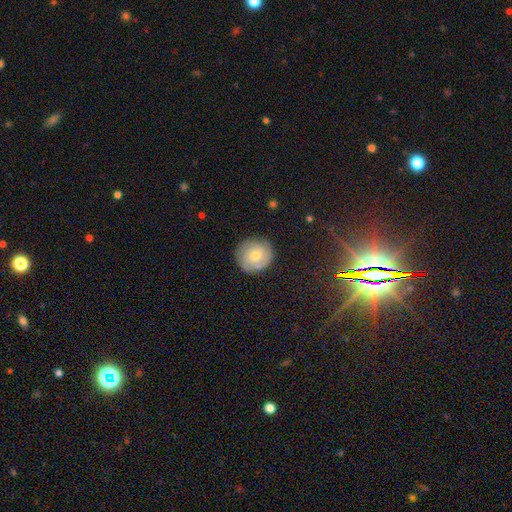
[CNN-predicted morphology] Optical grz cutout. It shows a smooth galaxy with no disk features (53%) that is round (92%). Merging: none (83%).